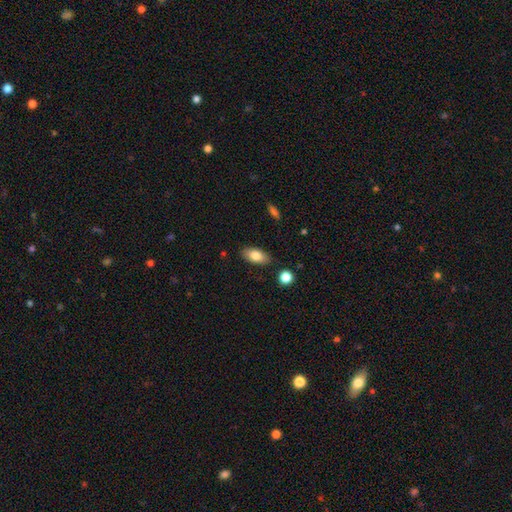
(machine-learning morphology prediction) Smooth or featured? Predicted: smooth (p=0.81). How rounded? Predicted: in between (p=0.90). Merging? Predicted: none (p=0.85).